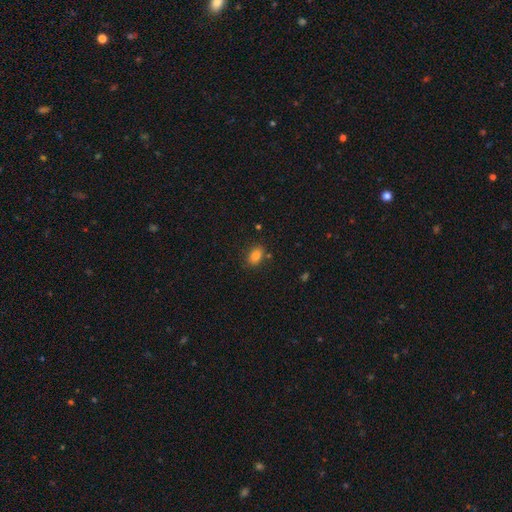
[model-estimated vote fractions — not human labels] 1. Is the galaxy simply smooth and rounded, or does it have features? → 84% smooth, 10% star or artifact, 5% featured or disk.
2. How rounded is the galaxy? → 83% in between, 15% round, 2% cigar-shaped.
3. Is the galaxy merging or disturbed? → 82% none, 12% minor disturbance, 4% merger, 3% major disturbance.